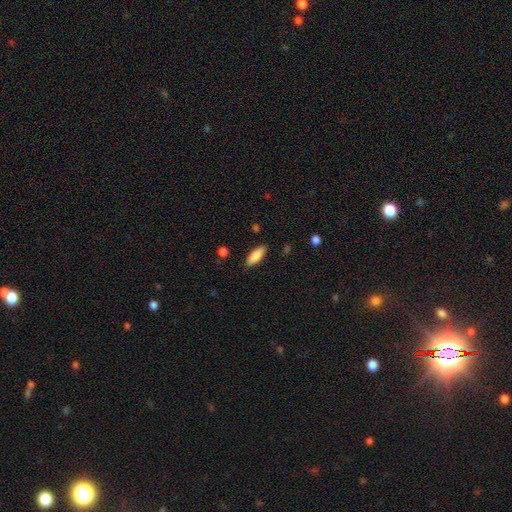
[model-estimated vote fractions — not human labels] Overall: smooth (86%). How rounded: in between (73%). Merging: none (86%).